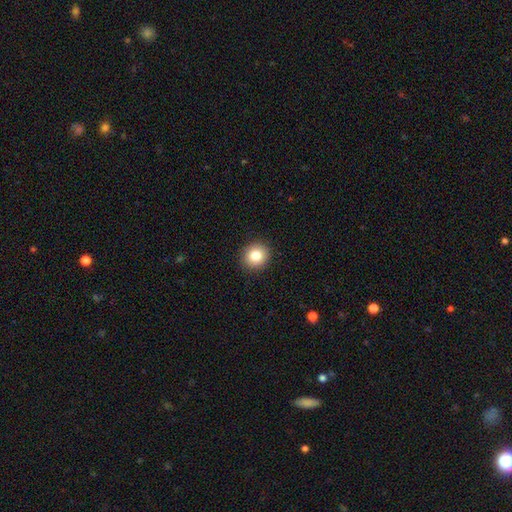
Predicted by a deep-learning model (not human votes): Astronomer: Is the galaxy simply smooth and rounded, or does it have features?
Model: smooth — 83%.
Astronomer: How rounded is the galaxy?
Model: round — 89%.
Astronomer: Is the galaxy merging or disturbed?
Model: none — 92%.